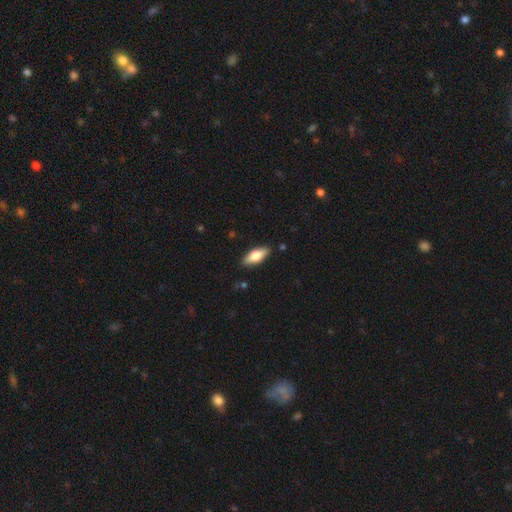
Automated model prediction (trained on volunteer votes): A smooth galaxy with no disk features (68%) that is in between round and cigar-shaped (75%).

Vote fractions:
- Smooth or featured? smooth: 68% / featured or disk: 26% / star or artifact: 6%
- How rounded? in between: 75% / cigar-shaped: 22% / round: 3%
- Merging? none: 87% / minor disturbance: 9% / major disturbance: 2% / merger: 1%